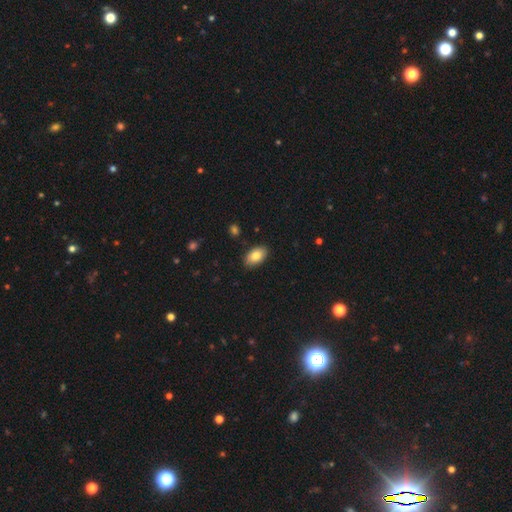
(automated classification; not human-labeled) Smooth or featured?
  - smooth: 83% *
  - featured or disk: 11%
  - star or artifact: 7%
How rounded?
  - in between: 93% *
  - round: 6%
  - cigar-shaped: 1%
Merging?
  - none: 86% *
  - minor disturbance: 11%
  - major disturbance: 2%
  - merger: 1%